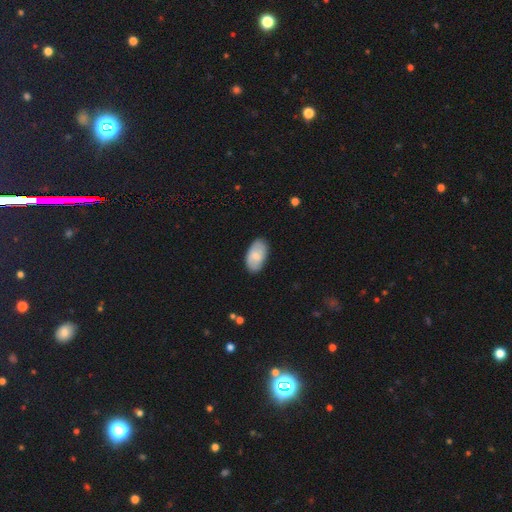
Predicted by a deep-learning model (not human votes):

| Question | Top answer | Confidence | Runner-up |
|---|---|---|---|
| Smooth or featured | smooth | 75% | featured or disk (19%) |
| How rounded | in between | 95% | round (3%) |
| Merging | none | 83% | minor disturbance (14%) |